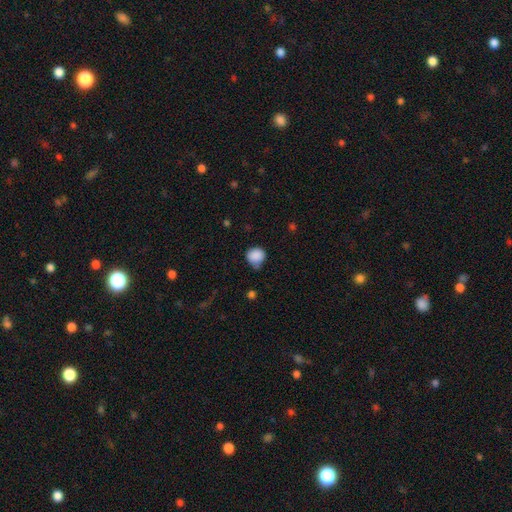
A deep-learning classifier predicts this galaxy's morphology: Overall: smooth (87%). How rounded: round (85%). Merging: none (60%; minor disturbance 29%).